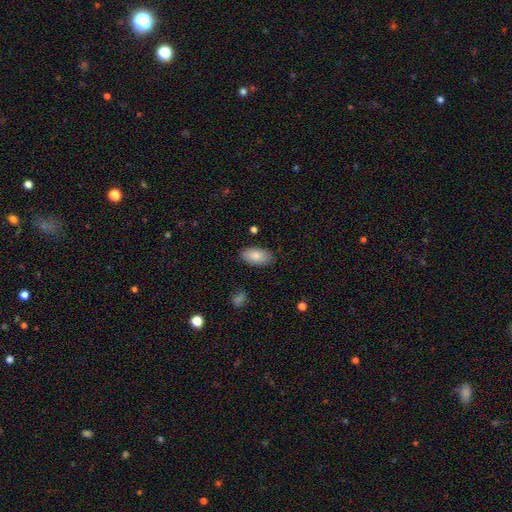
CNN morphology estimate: Smooth or featured? smooth (85%)
How rounded? in between (94%)
Merging? none (85%)